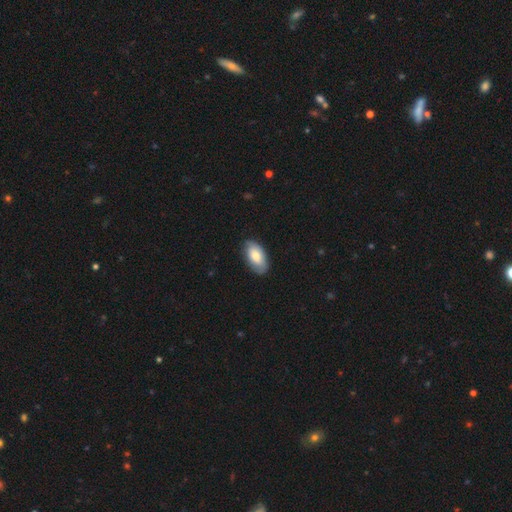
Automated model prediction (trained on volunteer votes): Smooth or featured: smooth — 74% (featured or disk — 20%)
How rounded: in between — 94% (cigar-shaped — 3%)
Merging: none — 79% (minor disturbance — 17%)